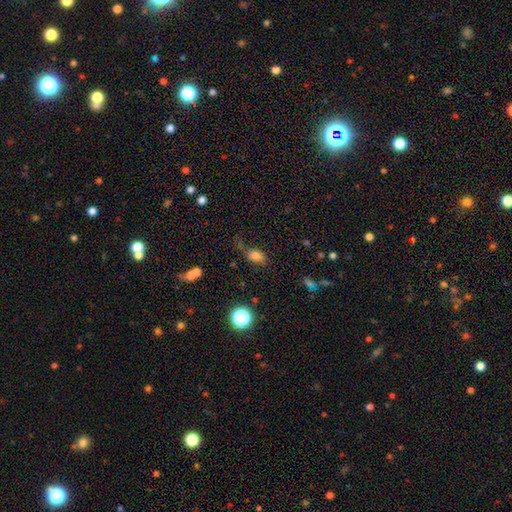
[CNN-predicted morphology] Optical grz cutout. It shows a smooth galaxy with no disk features (79%) that is in between round and cigar-shaped (84%). Merging: none (63%).